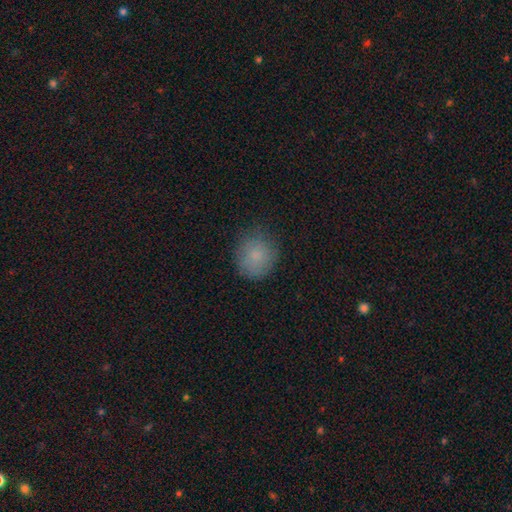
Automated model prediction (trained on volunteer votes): This is clearly a smooth galaxy (82%). How rounded: clearly round (85%). Merging: likely none (78%).